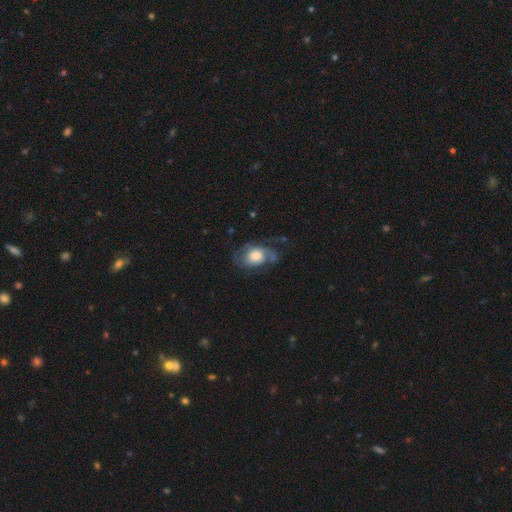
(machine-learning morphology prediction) The model was most divided on "bulge size": large: 43%, moderate: 42%, small: 7%, dominant: 6%, none: 2%. Remaining: edge-on disk — no (96%); spiral arms — yes (85%); bar — no (74%); smooth or featured — featured or disk (64%); spiral arm count — 2 (54%); merging — none (50%); spiral winding — medium (43%).